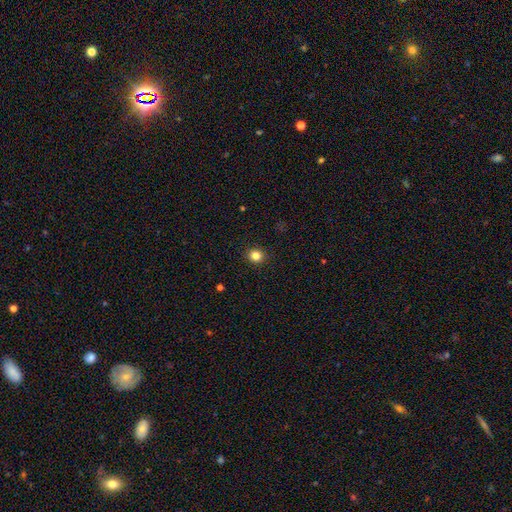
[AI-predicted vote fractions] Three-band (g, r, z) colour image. It shows a smooth galaxy with no disk features (83%) that is round (88%). Merging: none (92%).